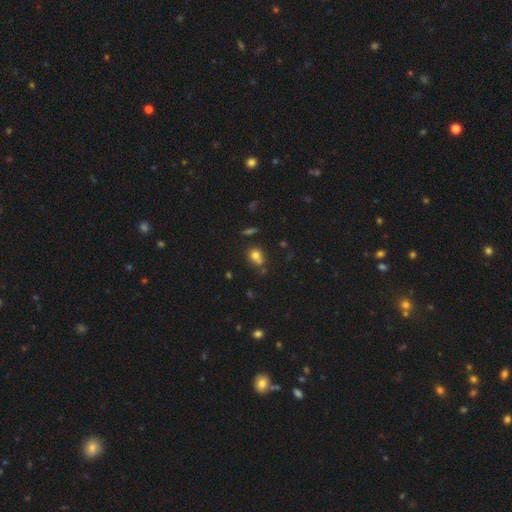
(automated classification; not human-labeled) smooth_or_featured: smooth (p=0.76) [alt: star or artifact p=0.13]
how_rounded: round (p=0.61) [alt: in between p=0.37]
merging: none (p=0.55) [alt: merger p=0.20]